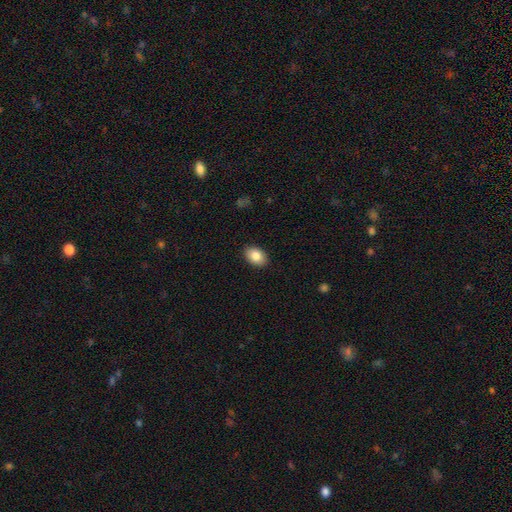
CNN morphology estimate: This appears to be a smooth galaxy with no disk features (85%) that is in between round and cigar-shaped (85%). Merging: none (90%).